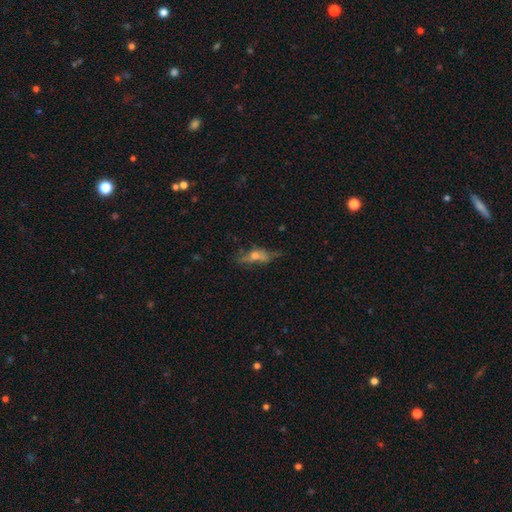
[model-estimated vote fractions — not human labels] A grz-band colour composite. It shows a featured or disk galaxy (54%) viewed edge-on (60%). Merging: none (58%).